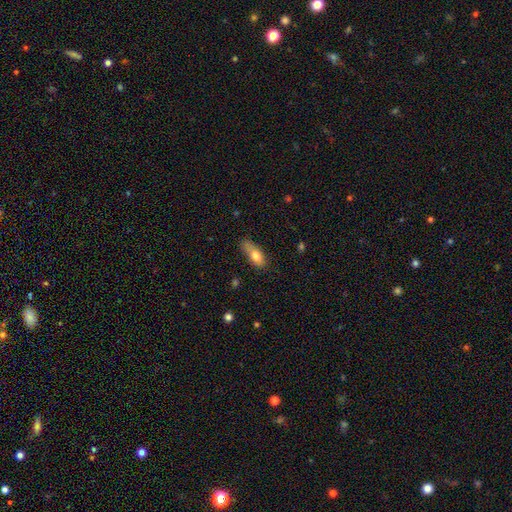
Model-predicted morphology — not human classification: Smooth or featured?
  - smooth: 76% *
  - featured or disk: 16%
  - star or artifact: 7%
How rounded?
  - in between: 71% *
  - cigar-shaped: 25%
  - round: 4%
Merging?
  - none: 55% *
  - minor disturbance: 31%
  - major disturbance: 10%
  - merger: 5%